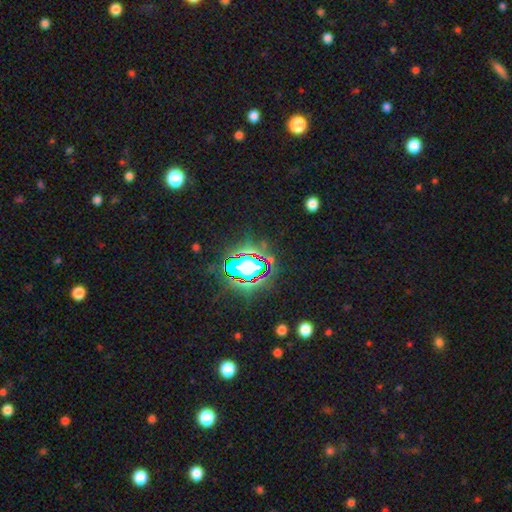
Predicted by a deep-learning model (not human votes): Morphology: type=star or artifact (82%).